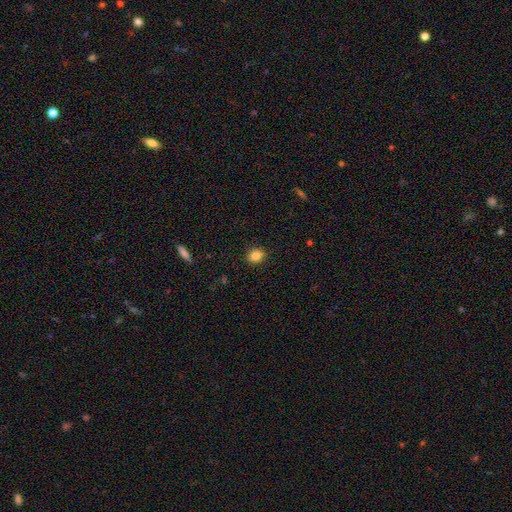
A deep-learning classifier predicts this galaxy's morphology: Smooth or featured? Predicted: smooth (p=0.85). How rounded? Predicted: in between (p=0.52). Merging? Predicted: none (p=0.87).